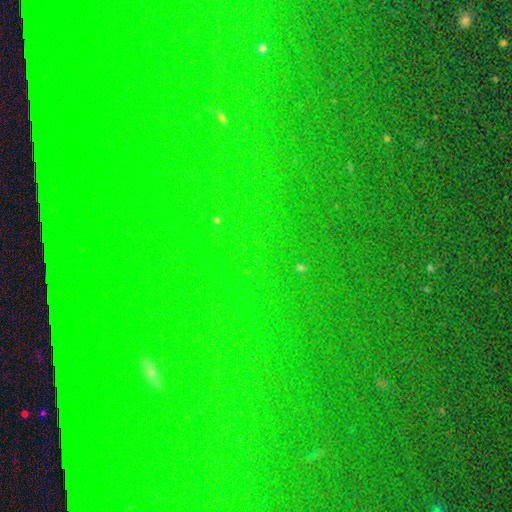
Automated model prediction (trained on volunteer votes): Smooth or featured? star or artifact (79%)